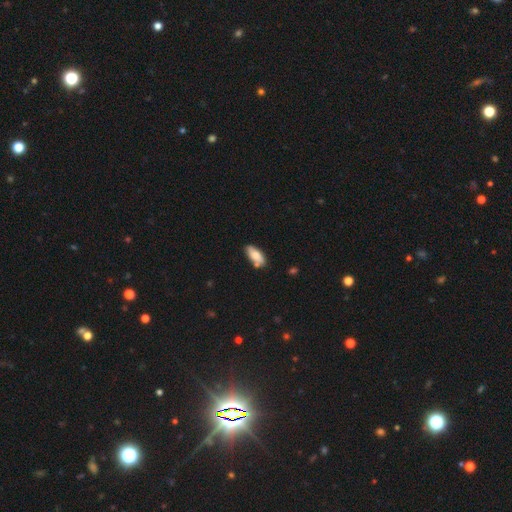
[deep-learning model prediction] Smooth or featured? smooth (74%)
How rounded? in between (82%)
Merging? none (71%)